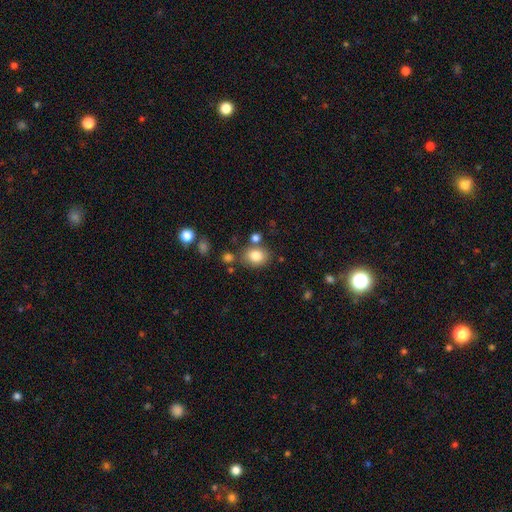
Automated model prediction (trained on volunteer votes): Smooth or featured?
  - smooth: 82% *
  - star or artifact: 10%
  - featured or disk: 8%
How rounded?
  - round: 51% *
  - in between: 48%
  - cigar-shaped: 1%
Merging?
  - none: 74% *
  - minor disturbance: 13%
  - merger: 9%
  - major disturbance: 4%